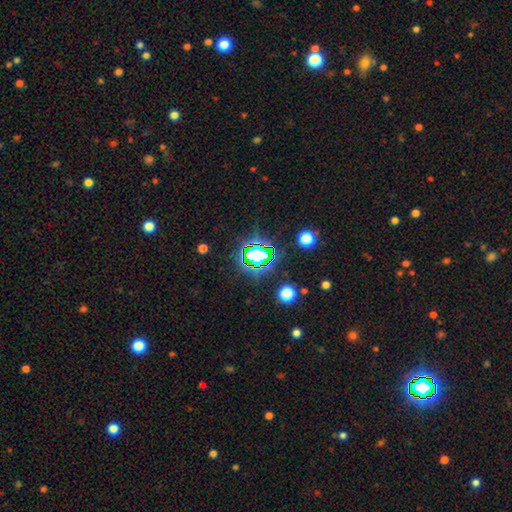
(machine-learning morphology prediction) This appears to be a star or artifact, not a galaxy (68%).